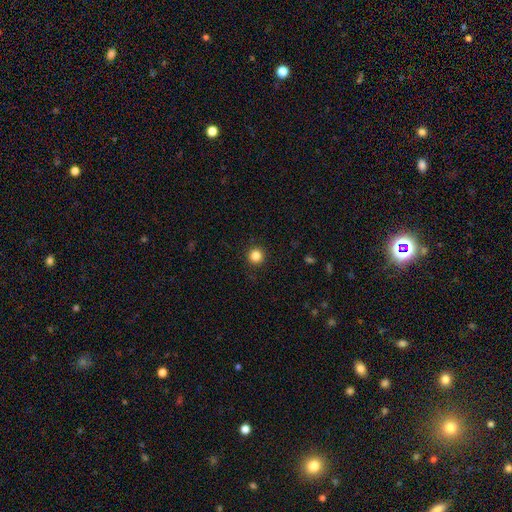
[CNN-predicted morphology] Overall: smooth (85%). How rounded: round (96%). Merging: none (92%).